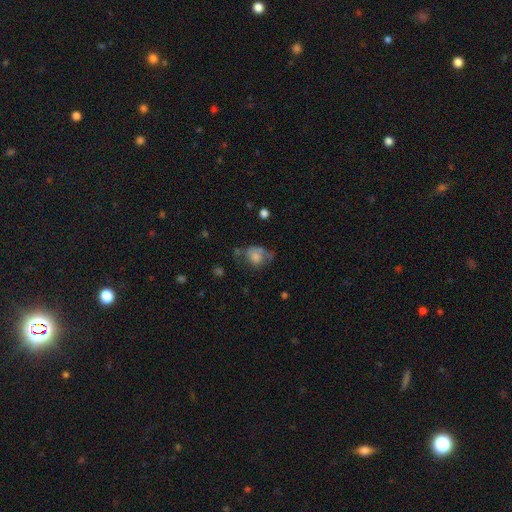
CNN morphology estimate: type=smooth (69%); roundness=round (54%); merging=none (34%).